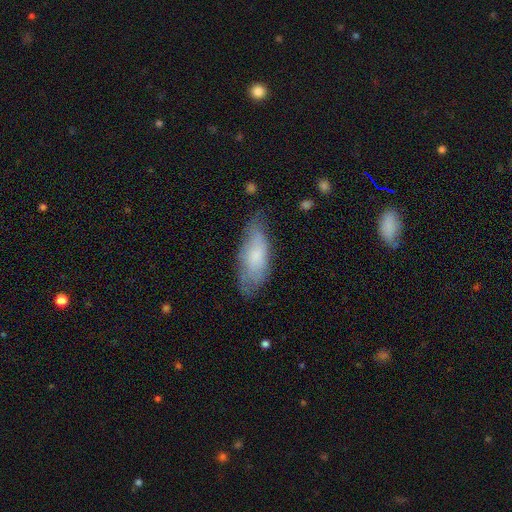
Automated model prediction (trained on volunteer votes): Smooth or featured? smooth (66%)
How rounded? in between (75%)
Merging? none (59%)